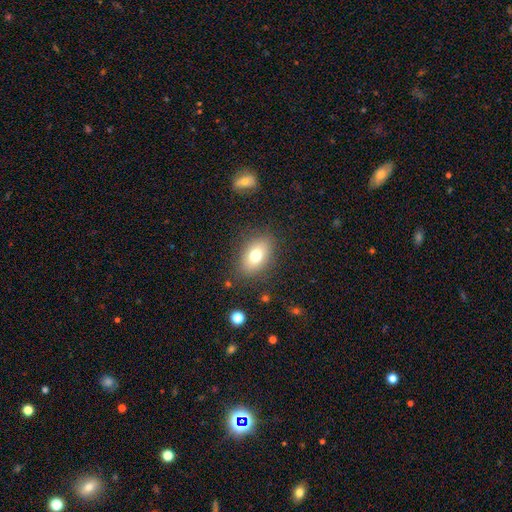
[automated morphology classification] Q: Smooth or featured?
A: smooth (75%); runner-up: featured or disk (15%)
Q: How rounded?
A: in between (81%); runner-up: round (17%)
Q: Merging?
A: none (83%); runner-up: minor disturbance (12%)